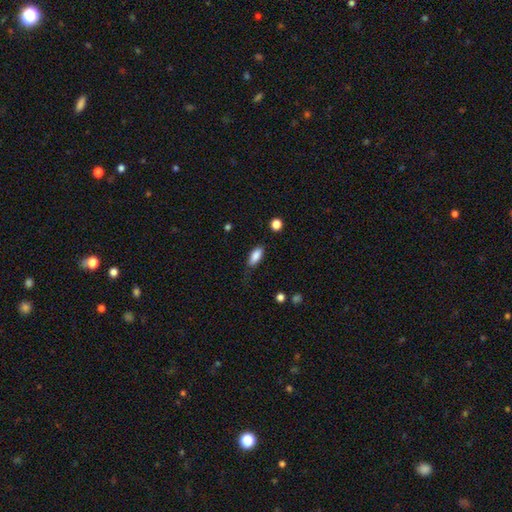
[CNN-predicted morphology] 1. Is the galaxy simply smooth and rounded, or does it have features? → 86% smooth, 7% star or artifact, 7% featured or disk.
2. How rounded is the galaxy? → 80% in between, 17% cigar-shaped, 3% round.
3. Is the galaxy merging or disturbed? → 72% none, 21% minor disturbance, 5% major disturbance, 2% merger.